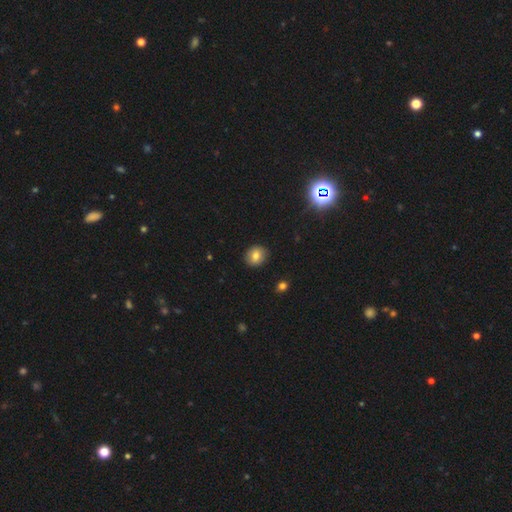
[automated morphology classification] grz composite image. It shows a smooth galaxy with no disk features (76%) that is round (75%). Merging: none (89%).